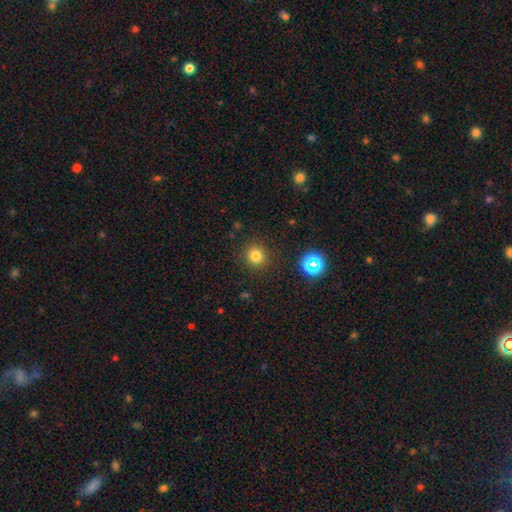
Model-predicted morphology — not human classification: This appears to be a smooth galaxy with no disk features (77%) that is round (91%). Merging: none (89%).